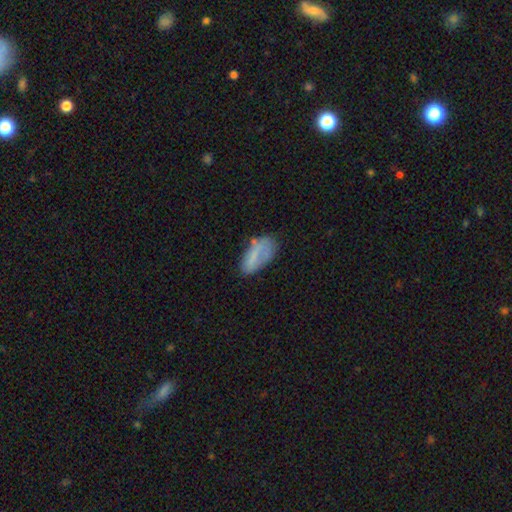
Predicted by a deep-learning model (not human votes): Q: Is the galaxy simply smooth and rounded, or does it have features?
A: smooth — 68%.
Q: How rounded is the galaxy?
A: in between — 85%.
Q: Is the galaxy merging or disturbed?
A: none — 53%.